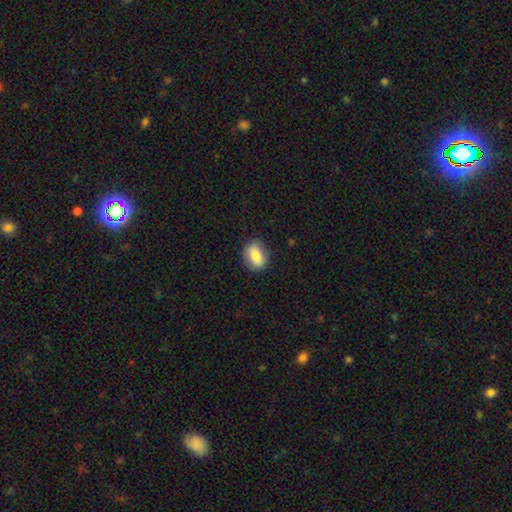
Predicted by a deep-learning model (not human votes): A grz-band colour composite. It shows a smooth galaxy with no disk features (79%) that is in between round and cigar-shaped (65%). Merging: none (80%).